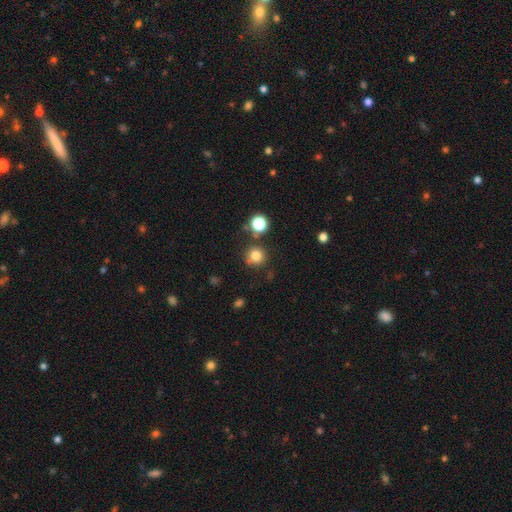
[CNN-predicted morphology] Overall: smooth (79%). How rounded: round (93%). Merging: none (77%).